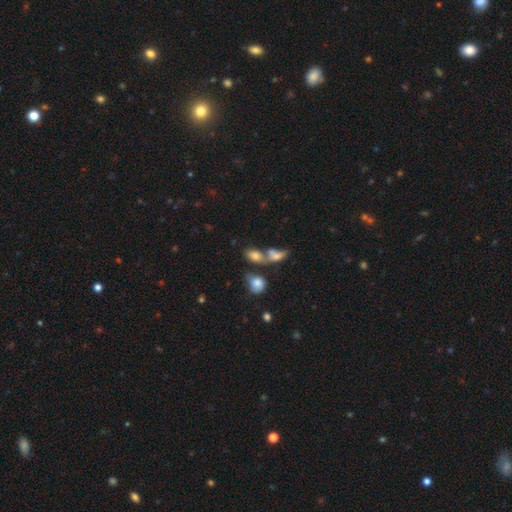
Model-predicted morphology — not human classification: Smooth or featured? Predicted: smooth (p=0.71). How rounded? Predicted: in between (p=0.80). Merging? Predicted: merger (p=0.47).